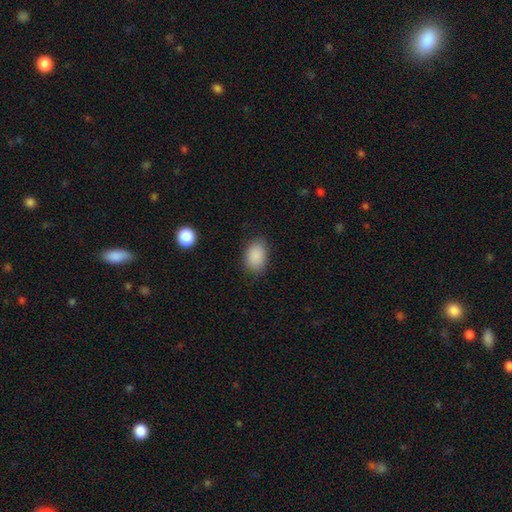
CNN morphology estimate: This is clearly a smooth galaxy (89%). How rounded: clearly in between (85%). Merging: clearly none (82%).